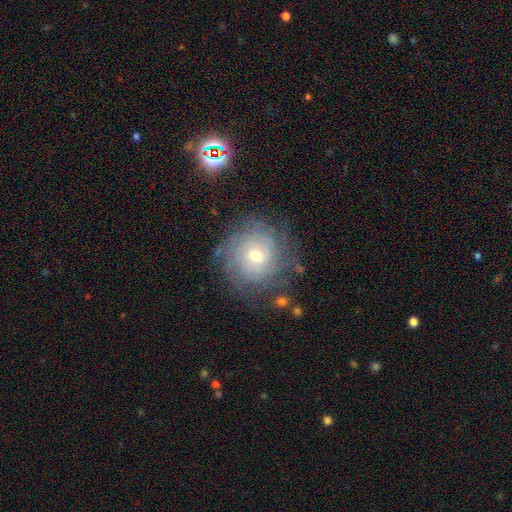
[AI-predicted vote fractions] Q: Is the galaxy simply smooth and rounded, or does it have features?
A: featured or disk — 65%.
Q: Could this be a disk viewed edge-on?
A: no — 97%.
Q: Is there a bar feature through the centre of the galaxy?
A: no — 68%.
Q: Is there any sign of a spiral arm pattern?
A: yes — 85%.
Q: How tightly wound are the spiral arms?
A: tight — 72%.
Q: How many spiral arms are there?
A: can't tell — 53%.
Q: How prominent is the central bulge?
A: moderate — 54%.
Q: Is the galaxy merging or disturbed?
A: none — 75%.